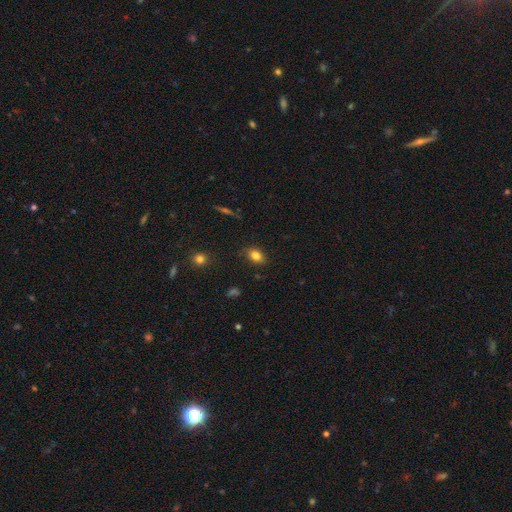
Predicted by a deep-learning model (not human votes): smooth_or_featured: smooth (p=0.82) [alt: star or artifact p=0.10]
how_rounded: in between (p=0.78) [alt: round p=0.20]
merging: none (p=0.83) [alt: minor disturbance p=0.13]